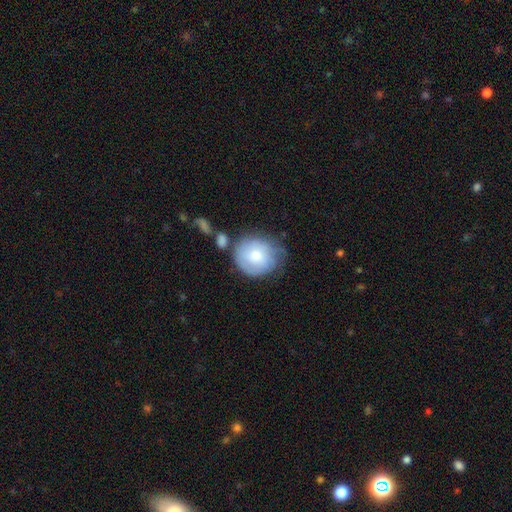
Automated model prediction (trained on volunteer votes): Smooth or featured? smooth (65%)
How rounded? round (78%)
Merging? none (56%)